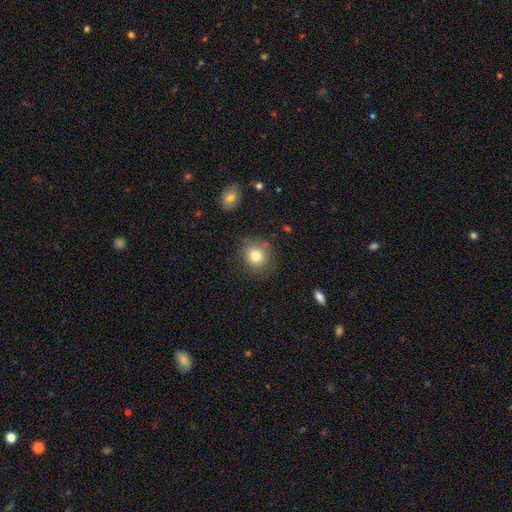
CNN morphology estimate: smooth-or-featured: smooth: 80% | star or artifact: 10% | featured or disk: 9%
  how-rounded: round: 80% | in between: 19% | cigar-shaped: 1%
  merging: none: 79% | minor disturbance: 14% | major disturbance: 5% | merger: 2%